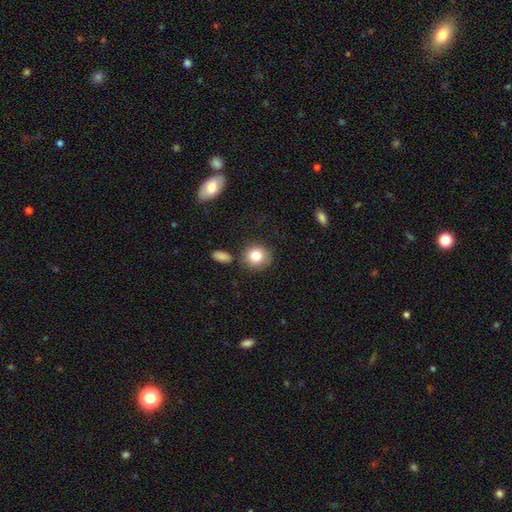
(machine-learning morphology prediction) Smooth or featured: smooth — 84% (star or artifact — 8%)
How rounded: round — 79% (in between — 20%)
Merging: none — 75% (minor disturbance — 14%)